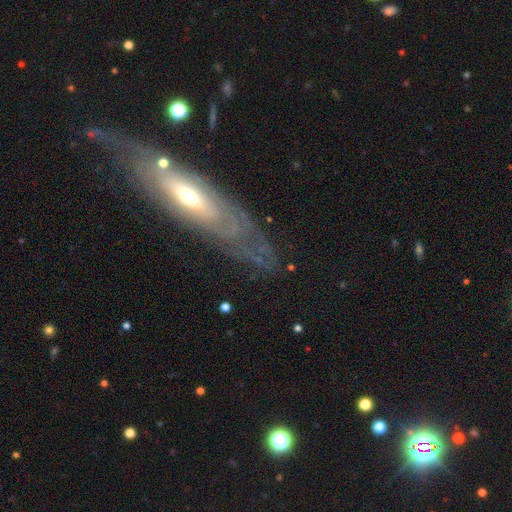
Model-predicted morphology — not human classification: Smooth or featured? featured or disk (73%)
Edge-on disk? no (72%)
Bar? no (70%)
Spiral arms? yes (59%)
Bulge size? moderate (57%)
Merging? none (71%)